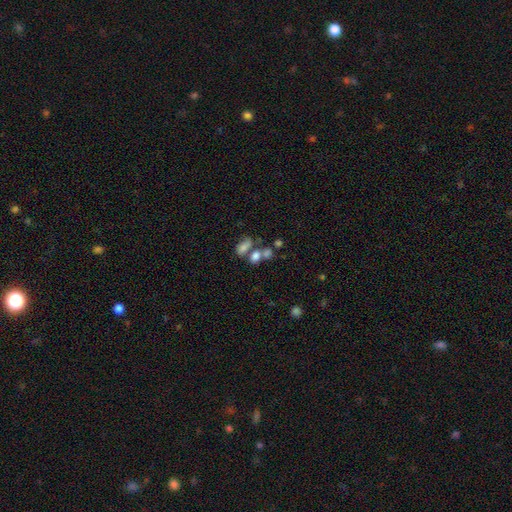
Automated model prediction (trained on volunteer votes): Smooth or featured? smooth (72%)
How rounded? in between (78%)
Merging? merger (49%)